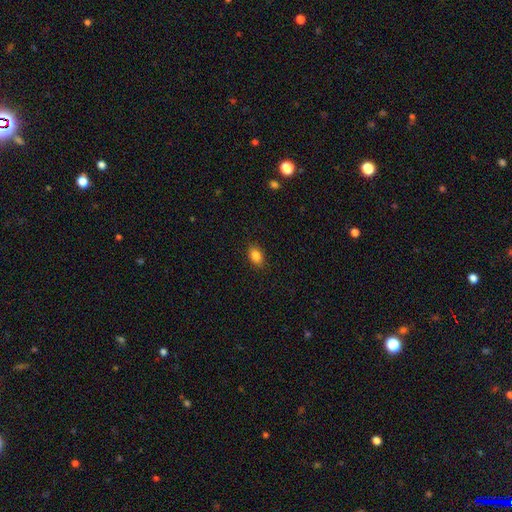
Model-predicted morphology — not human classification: A smooth galaxy with no disk features (85%) that is in between round and cigar-shaped (82%). Merging: none (88%).